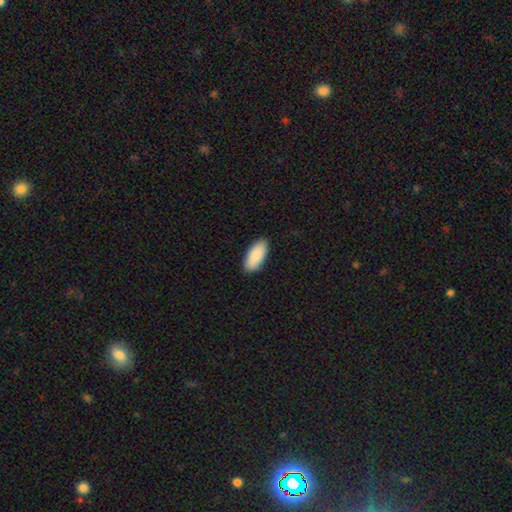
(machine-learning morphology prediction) Smooth or featured? Predicted: smooth (p=0.90). How rounded? Predicted: in between (p=0.87). Merging? Predicted: none (p=0.88).